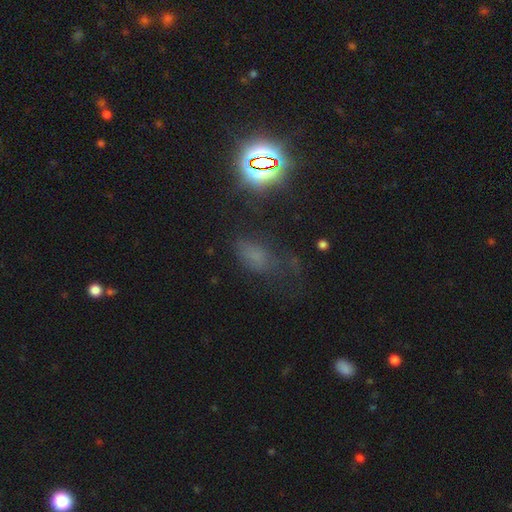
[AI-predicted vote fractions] smooth 45%, star or artifact 37%, featured or disk 18%. Down the decision tree: merging — none (46%).